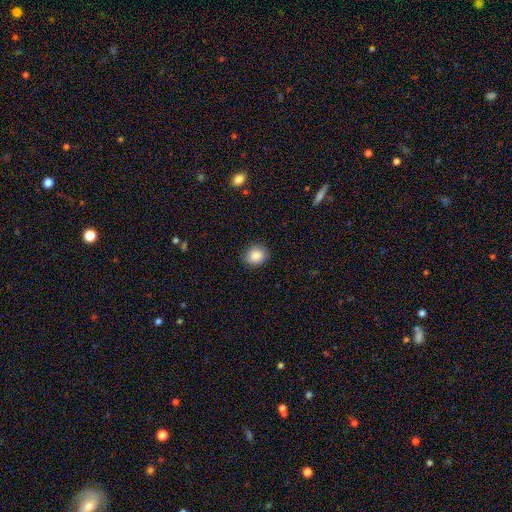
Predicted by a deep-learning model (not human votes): This is clearly a smooth galaxy (87%). How rounded: likely round (69%). Merging: clearly none (85%).